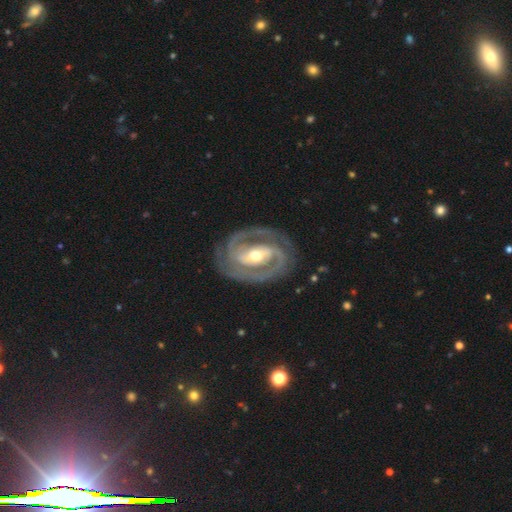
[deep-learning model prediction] A featured or disk galaxy (92%) with a strong bar (50%), 2 (89%) tight (57%) spiral arms (97%) and a moderate central bulge (70%). Merging: none (84%).